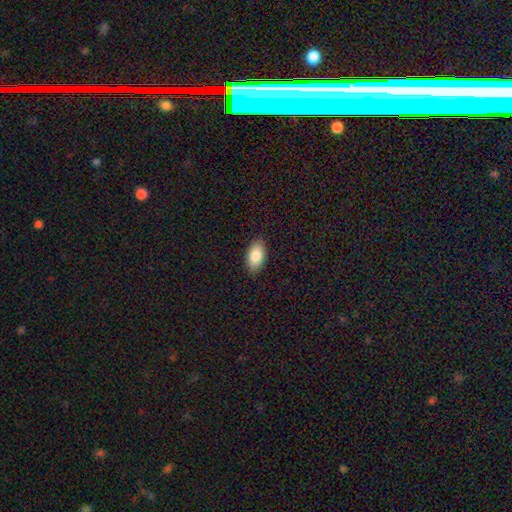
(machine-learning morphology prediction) smooth 85%, featured or disk 8%, star or artifact 6%. Down the decision tree: how rounded — in between (94%); merging — none (88%).